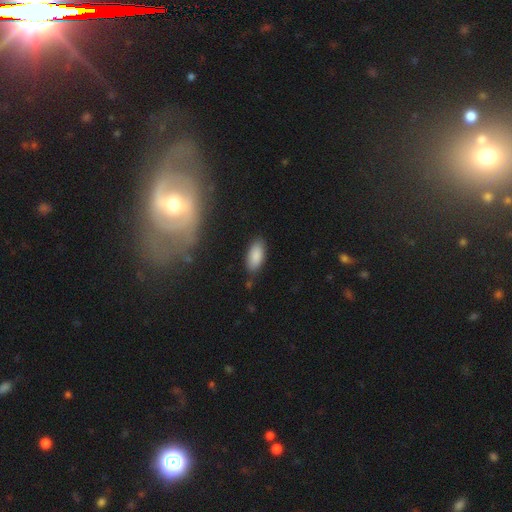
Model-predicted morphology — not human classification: This is clearly a smooth galaxy (87%). How rounded: clearly in between (91%). Merging: clearly none (81%).